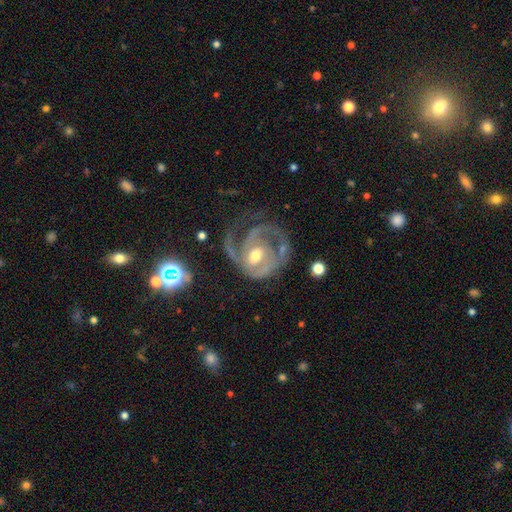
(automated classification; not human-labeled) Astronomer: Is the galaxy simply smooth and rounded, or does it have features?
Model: featured or disk — 84%.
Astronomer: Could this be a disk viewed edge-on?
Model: no — 98%.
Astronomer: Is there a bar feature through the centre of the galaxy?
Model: no — 53% (runner-up: weak, 36%).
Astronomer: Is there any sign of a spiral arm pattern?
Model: yes — 88%.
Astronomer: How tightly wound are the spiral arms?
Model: medium — 41% (runner-up: tight, 40%).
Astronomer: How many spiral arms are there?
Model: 2 — 38% (runner-up: 1, 24%).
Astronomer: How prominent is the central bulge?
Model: moderate — 62%.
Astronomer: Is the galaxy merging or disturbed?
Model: major disturbance — 41% (runner-up: none, 34%).